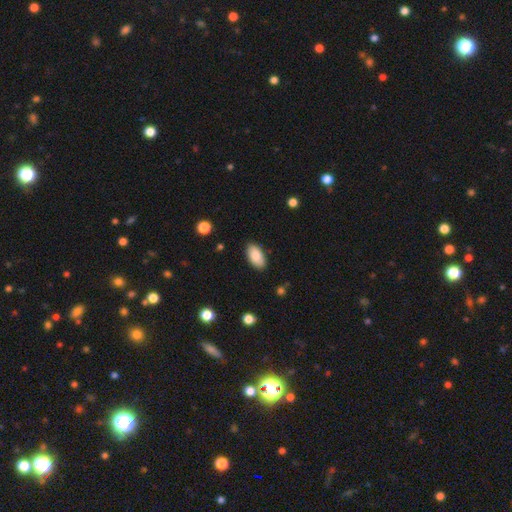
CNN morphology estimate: Smooth or featured?
  - smooth: 86% *
  - featured or disk: 8%
  - star or artifact: 6%
How rounded?
  - in between: 95% *
  - cigar-shaped: 3%
  - round: 2%
Merging?
  - none: 88% *
  - minor disturbance: 9%
  - major disturbance: 2%
  - merger: 1%